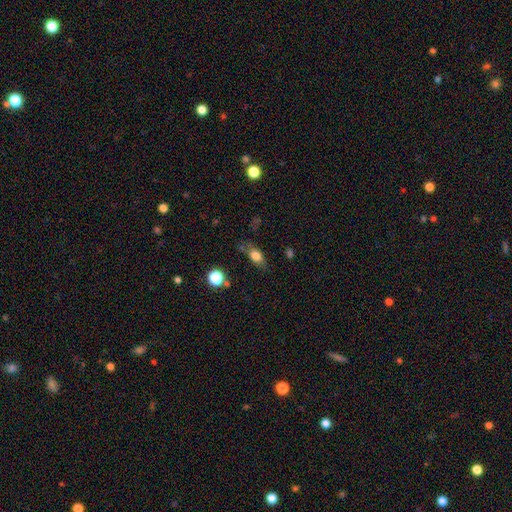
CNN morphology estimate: smooth 75%, featured or disk 15%, star or artifact 10%. Down the decision tree: how rounded — in between (74%); merging — none (64%).